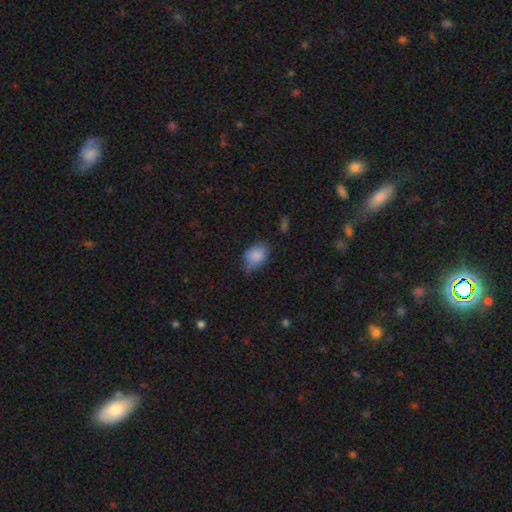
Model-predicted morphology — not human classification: Smooth or featured? Predicted: smooth (p=0.85). How rounded? Predicted: in between (p=0.78). Merging? Predicted: none (p=0.54).